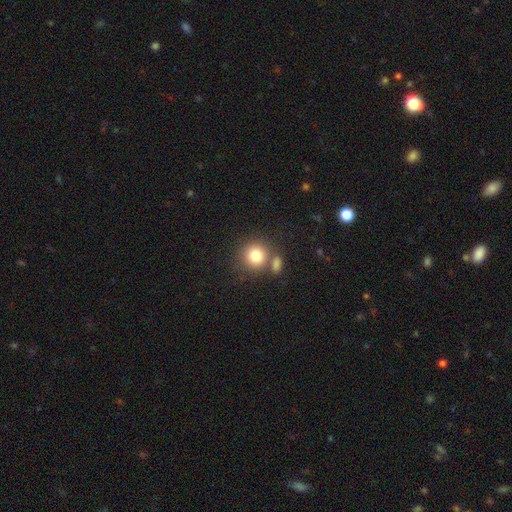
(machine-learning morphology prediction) Smooth or featured? smooth (81%)
How rounded? round (87%)
Merging? none (61%)